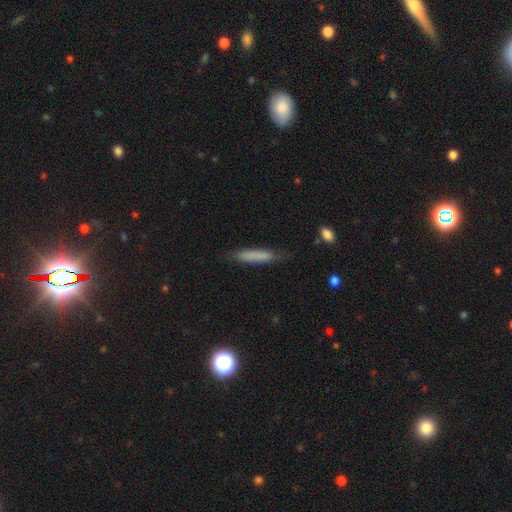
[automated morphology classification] smooth 77%, featured or disk 16%, star or artifact 7%. Down the decision tree: how rounded — cigar-shaped (90%); merging — none (75%).